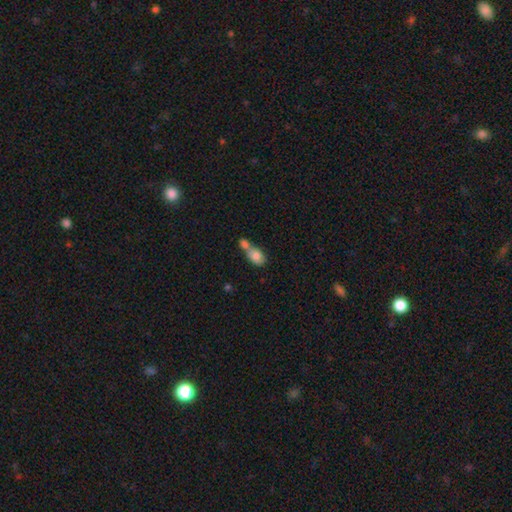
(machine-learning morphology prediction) The model was most divided on "merging": merger: 66%, none: 20%, minor disturbance: 9%, major disturbance: 4%. More confident: how rounded — in between (79%); smooth or featured — smooth (78%).